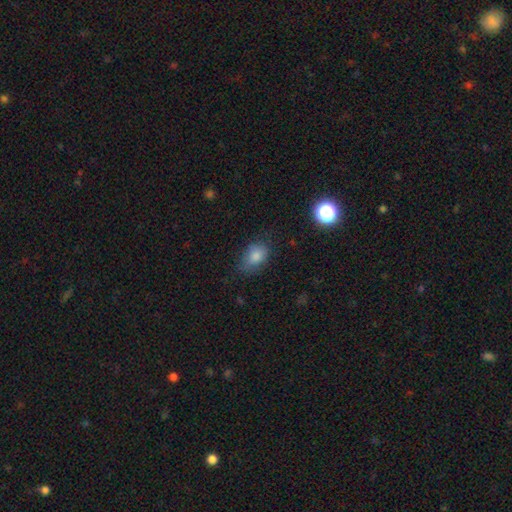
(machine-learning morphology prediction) A smooth galaxy with no disk features (80%) that is in between round and cigar-shaped (75%). Merging: none (62%).